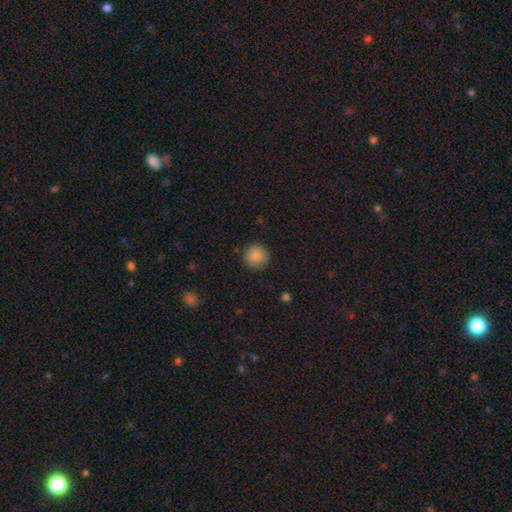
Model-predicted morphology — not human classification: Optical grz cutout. It shows a smooth galaxy with no disk features (88%) that is round (94%). Merging: none (90%).